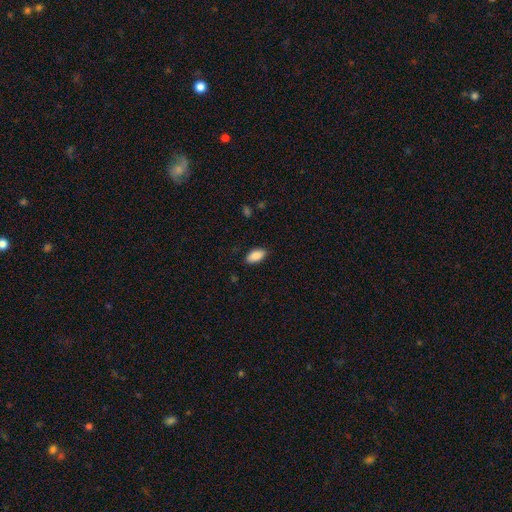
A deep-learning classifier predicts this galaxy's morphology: The model was most divided on "merging": none: 87%, minor disturbance: 10%, major disturbance: 2%, merger: 1%. More confident: how rounded — in between (93%); smooth or featured — smooth (88%).